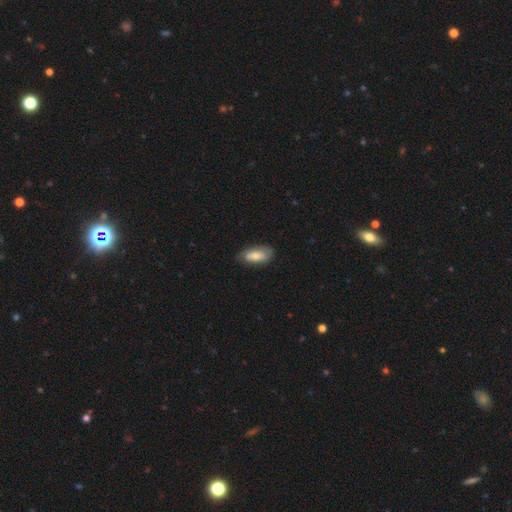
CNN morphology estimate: The model was most divided on "smooth or featured": smooth: 68%, featured or disk: 26%, star or artifact: 6%. More confident: how rounded — in between (87%); merging — none (73%).